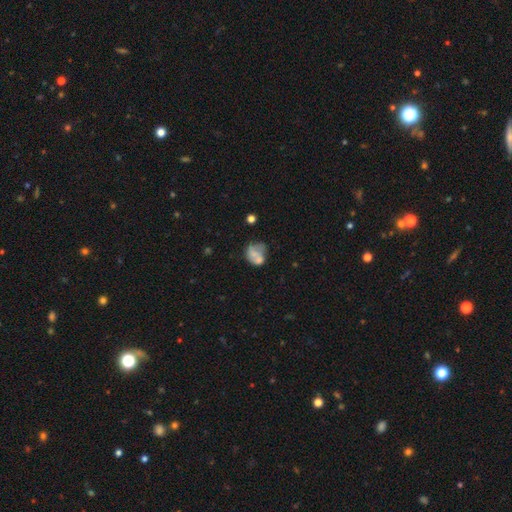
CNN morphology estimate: Smooth or featured?
  - smooth: 54% *
  - featured or disk: 35%
  - star or artifact: 11%
How rounded?
  - round: 56% *
  - in between: 43%
  - cigar-shaped: 1%
Merging?
  - merger: 32% *
  - none: 31%
  - minor disturbance: 21%
  - major disturbance: 17%